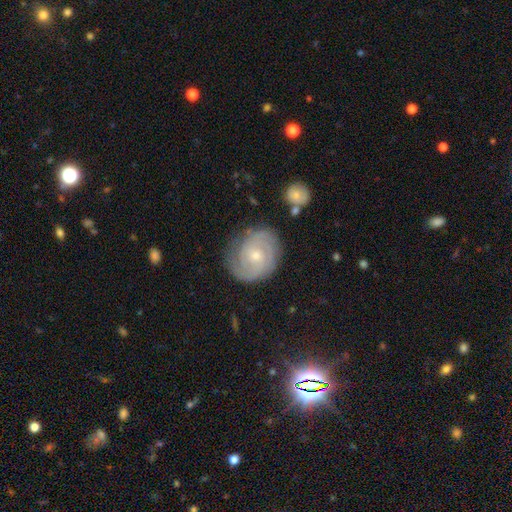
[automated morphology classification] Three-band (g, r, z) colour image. It shows a featured or disk galaxy (85%) with no bar (69%), 2 (52%) tight (75%) spiral arms (97%) and a small central bulge (64%). Merging: none (80%).